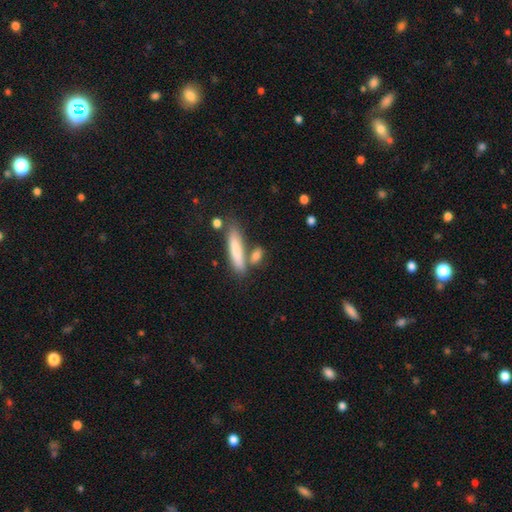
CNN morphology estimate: A smooth galaxy with no disk features (79%) that is cigar-shaped (58%).

Vote fractions:
- Smooth or featured? smooth: 79% / featured or disk: 14% / star or artifact: 7%
- How rounded? cigar-shaped: 58% / in between: 35% / round: 7%
- Merging? none: 60% / merger: 21% / minor disturbance: 14% / major disturbance: 5%